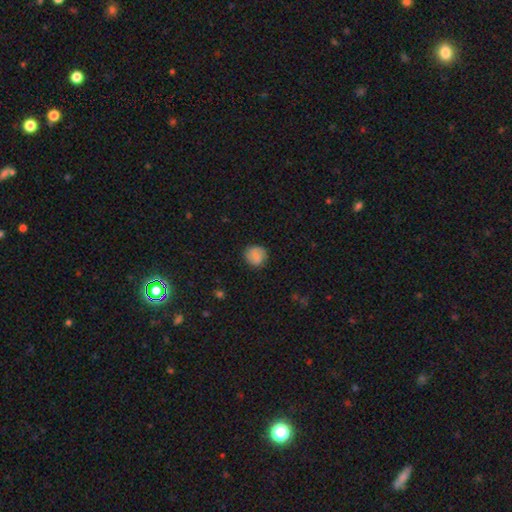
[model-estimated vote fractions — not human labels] A smooth galaxy with no disk features (74%) that is round (88%). Merging: none (84%).